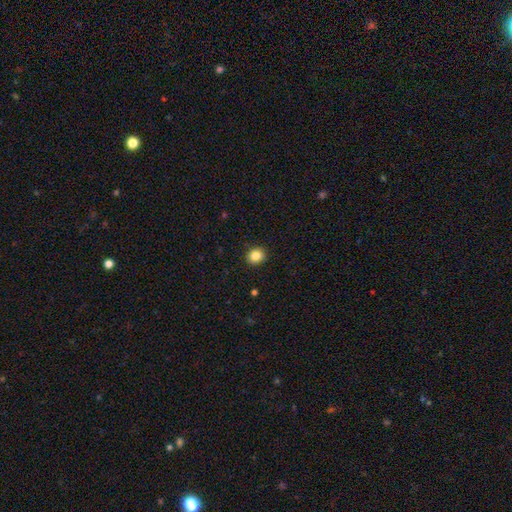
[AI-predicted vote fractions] A smooth galaxy with no disk features (84%) that is round (79%). Merging: none (92%).